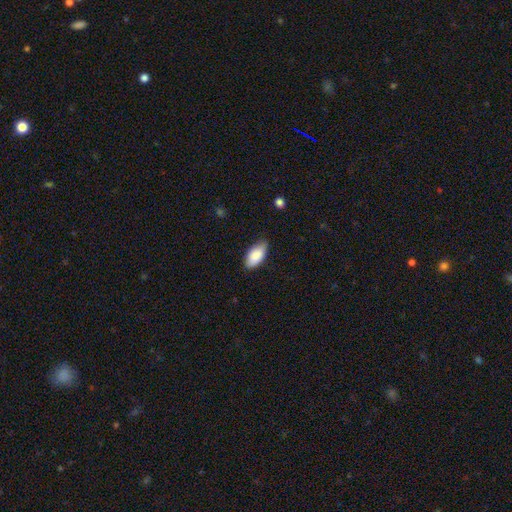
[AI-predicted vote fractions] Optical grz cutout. It shows a smooth galaxy with no disk features (88%) that is in between round and cigar-shaped (94%). Merging: none (74%).